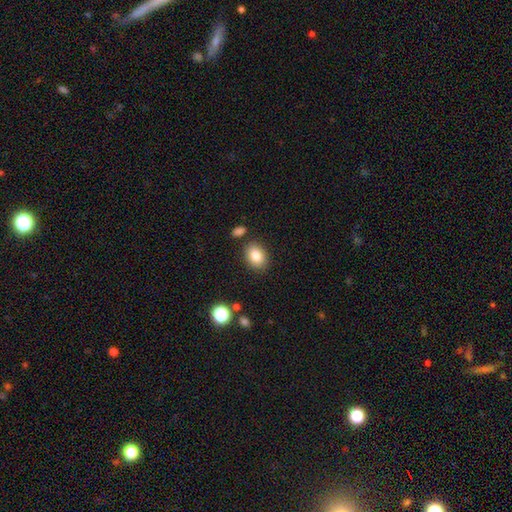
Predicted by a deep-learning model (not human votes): Smooth or featured: smooth — 83% (star or artifact — 9%)
How rounded: in between — 69% (round — 30%)
Merging: none — 83% (minor disturbance — 10%)